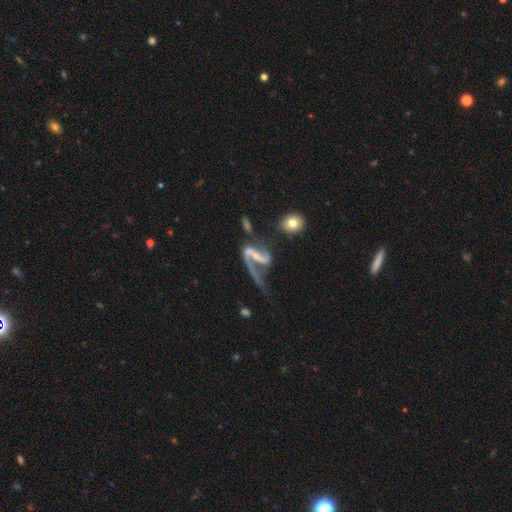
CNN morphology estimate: Q: Smooth or featured?
A: featured or disk (87%); runner-up: smooth (7%)
Q: Edge-on disk?
A: no (96%); runner-up: yes (4%)
Q: Bar?
A: strong (48%); runner-up: weak (33%)
Q: Spiral arms?
A: yes (92%); runner-up: no (8%)
Q: Spiral winding?
A: loose (70%); runner-up: medium (23%)
Q: Spiral arm count?
A: 2 (71%); runner-up: 1 (24%)
Q: Bulge size?
A: small (53%); runner-up: none (22%)
Q: Merging?
A: major disturbance (43%); runner-up: none (28%)